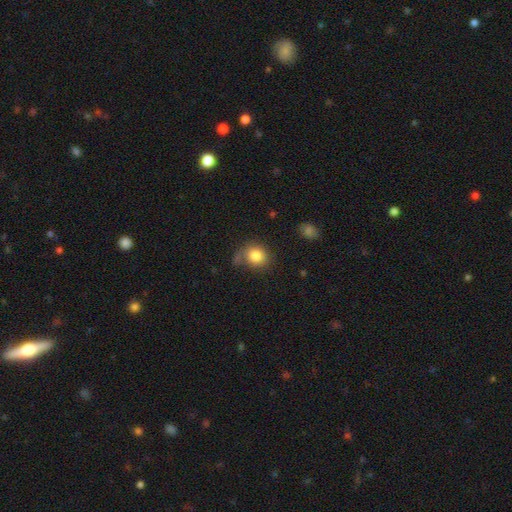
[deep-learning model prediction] Smooth or featured?
  - smooth: 83% *
  - star or artifact: 9%
  - featured or disk: 8%
How rounded?
  - round: 73% *
  - in between: 26%
  - cigar-shaped: 1%
Merging?
  - none: 60% *
  - minor disturbance: 21%
  - major disturbance: 10%
  - merger: 9%